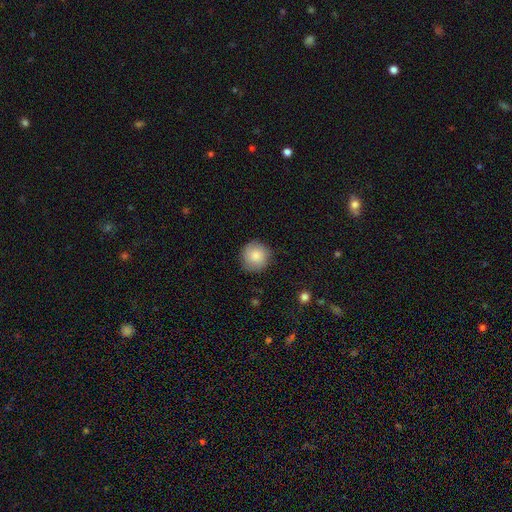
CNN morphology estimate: smooth 81%, featured or disk 12%, star or artifact 7%. Down the decision tree: how rounded — round (93%); merging — none (84%).